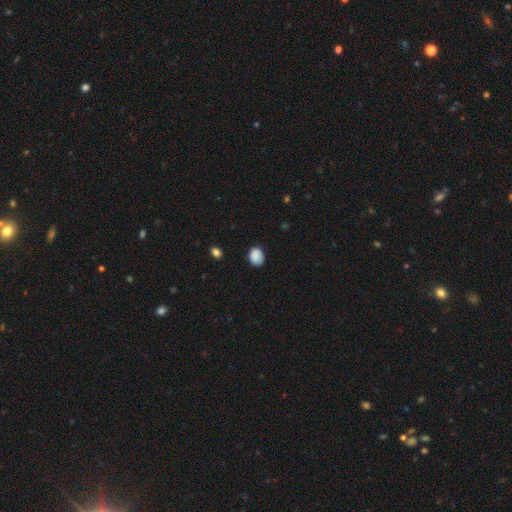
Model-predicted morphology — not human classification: This appears to be a smooth galaxy with no disk features (87%) that is in between round and cigar-shaped (50%). Merging: none (80%).